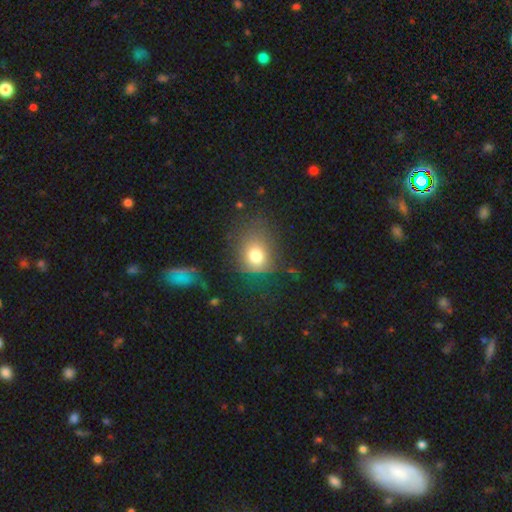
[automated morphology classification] A smooth galaxy with no disk features (74%) that is round (60%).

Vote fractions:
- Smooth or featured? smooth: 74% / star or artifact: 13% / featured or disk: 13%
- How rounded? round: 60% / in between: 39% / cigar-shaped: 1%
- Merging? none: 62% / minor disturbance: 20% / major disturbance: 15% / merger: 3%